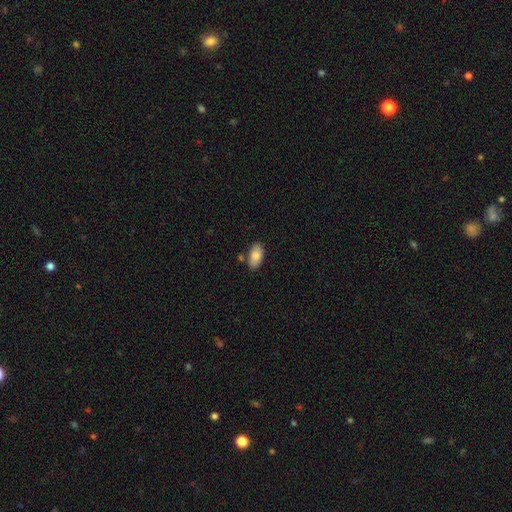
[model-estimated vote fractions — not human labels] smooth_or_featured: smooth (p=0.82) [alt: featured or disk p=0.12]
how_rounded: in between (p=0.94) [alt: round p=0.03]
merging: none (p=0.79) [alt: minor disturbance p=0.13]